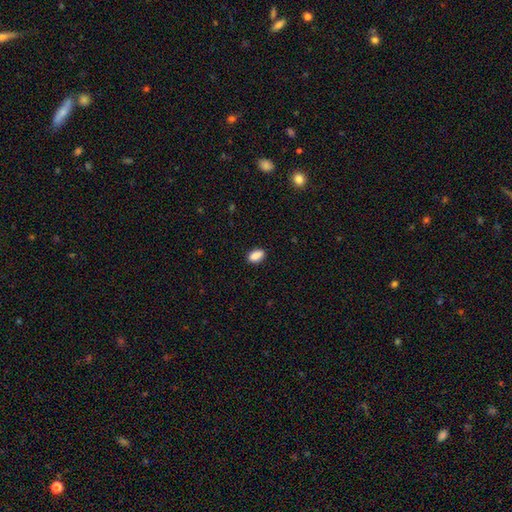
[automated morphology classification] Smooth or featured? smooth (88%)
How rounded? in between (90%)
Merging? none (88%)